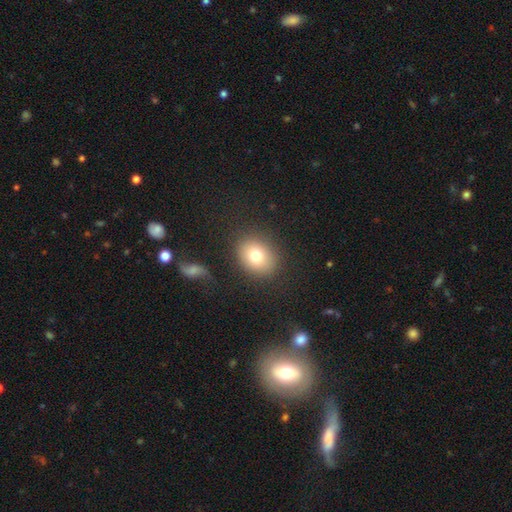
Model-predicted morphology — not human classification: Smooth or featured? Predicted: smooth (p=0.77). How rounded? Predicted: round (p=0.52). Merging? Predicted: none (p=0.84).